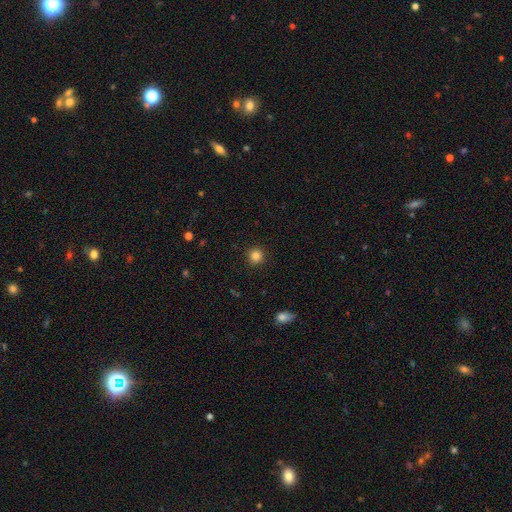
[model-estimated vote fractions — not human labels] Overall: smooth (85%). How rounded: round (94%). Merging: none (92%).